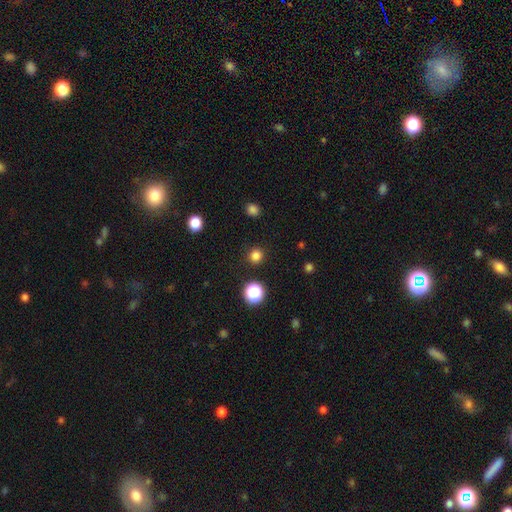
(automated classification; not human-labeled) The model was most divided on "smooth or featured": smooth: 81%, star or artifact: 16%, featured or disk: 3%. More confident: how rounded — round (93%); merging — none (91%).